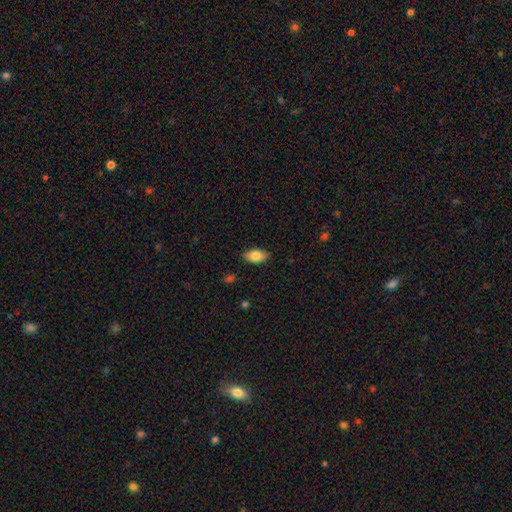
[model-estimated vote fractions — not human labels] Smooth or featured? smooth (83%)
How rounded? in between (93%)
Merging? none (86%)